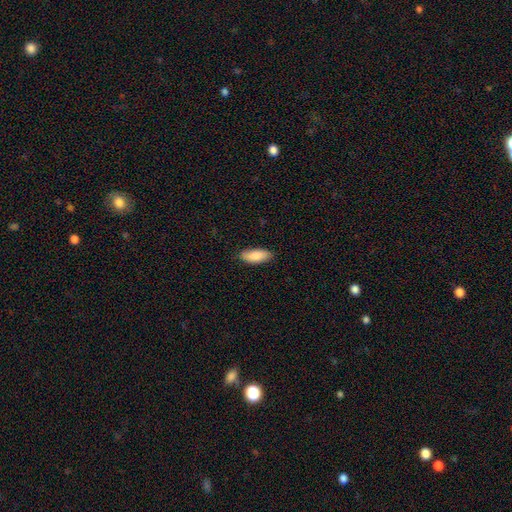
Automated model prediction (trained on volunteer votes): Smooth or featured? Predicted: smooth (p=0.87). How rounded? Predicted: in between (p=0.79). Merging? Predicted: none (p=0.86).